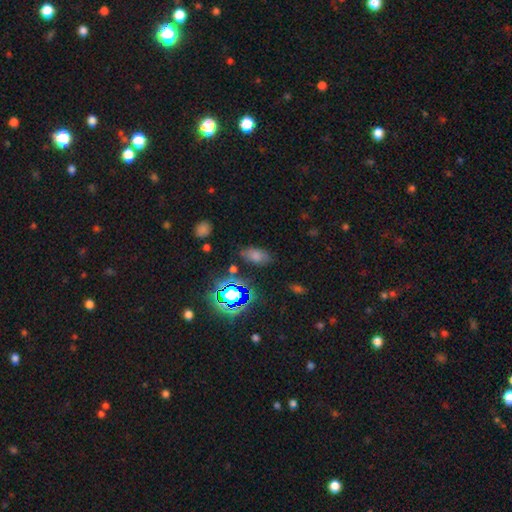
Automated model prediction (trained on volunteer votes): smooth-or-featured: smooth: 48% | star or artifact: 40% | featured or disk: 12%
  merging: none: 81% | minor disturbance: 12% | major disturbance: 4% | merger: 3%